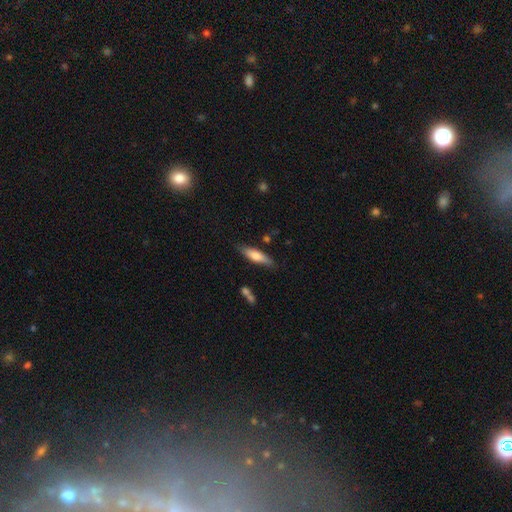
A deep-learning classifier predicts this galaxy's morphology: Smooth or featured? smooth (66%)
How rounded? cigar-shaped (66%)
Merging? none (80%)